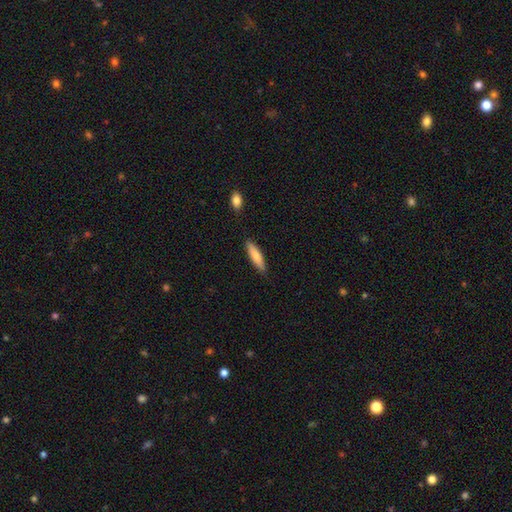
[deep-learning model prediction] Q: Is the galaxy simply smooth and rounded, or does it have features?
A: smooth — 74%.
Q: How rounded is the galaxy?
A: cigar-shaped — 69%.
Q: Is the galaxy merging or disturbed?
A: none — 85%.